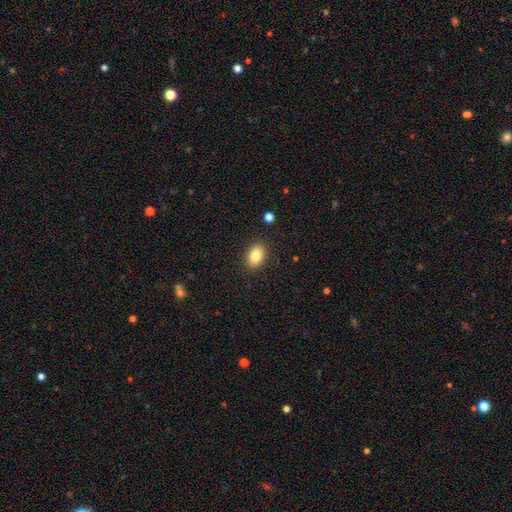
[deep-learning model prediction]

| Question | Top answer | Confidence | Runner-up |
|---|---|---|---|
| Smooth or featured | smooth | 83% | star or artifact (9%) |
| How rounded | in between | 80% | round (19%) |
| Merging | none | 89% | minor disturbance (8%) |